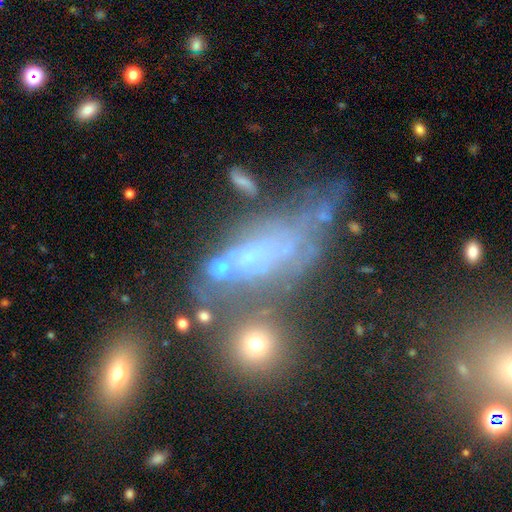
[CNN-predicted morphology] The model was most divided on "merging": none: 28%, major disturbance: 26%, merger: 26%, minor disturbance: 19%. Remaining: smooth or featured — featured or disk (46%).